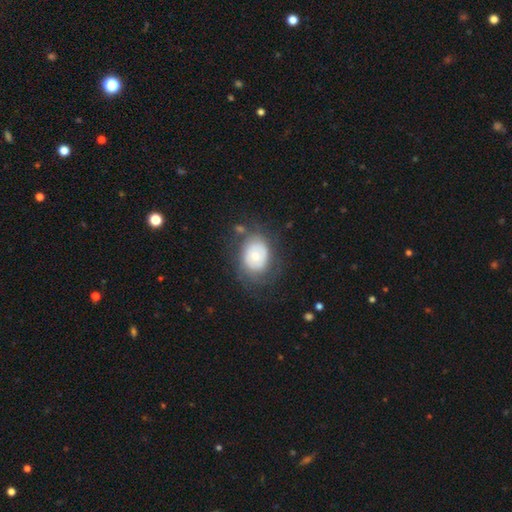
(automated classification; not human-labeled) A smooth galaxy with no disk features (59%) that is in between round and cigar-shaped (58%). Merging: none (59%).